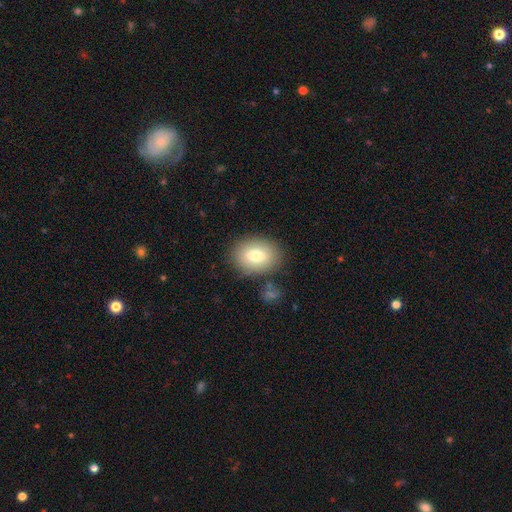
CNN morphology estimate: This appears to be a smooth galaxy with no disk features (77%) that is in between round and cigar-shaped (74%). Merging: none (82%).